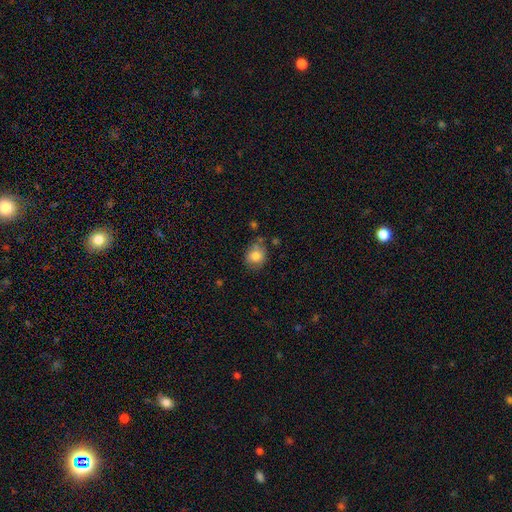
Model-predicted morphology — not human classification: Smooth or featured?
  - smooth: 82% *
  - featured or disk: 9%
  - star or artifact: 9%
How rounded?
  - round: 67% *
  - in between: 32%
  - cigar-shaped: 1%
Merging?
  - none: 63% *
  - minor disturbance: 24%
  - major disturbance: 6%
  - merger: 6%